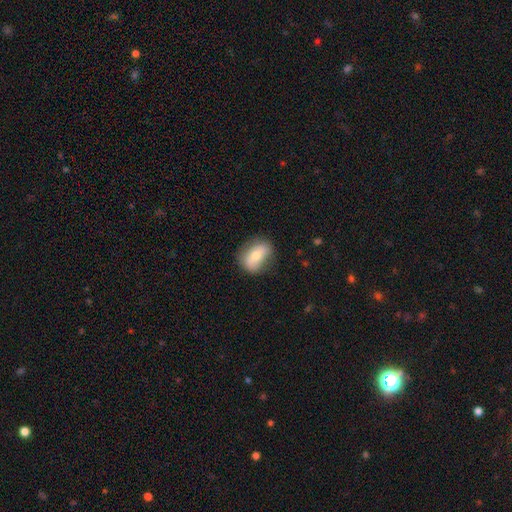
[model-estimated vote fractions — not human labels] The model was most divided on "smooth or featured": smooth: 64%, featured or disk: 28%, star or artifact: 7%. More confident: how rounded — in between (79%); merging — none (71%).